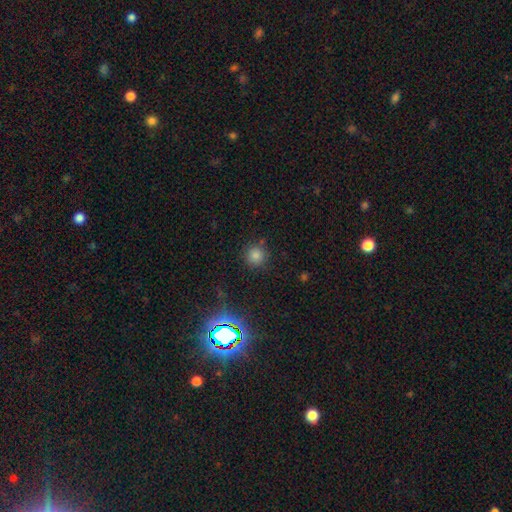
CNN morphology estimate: This appears to be a smooth galaxy with no disk features (78%) that is round (93%). Merging: none (83%).